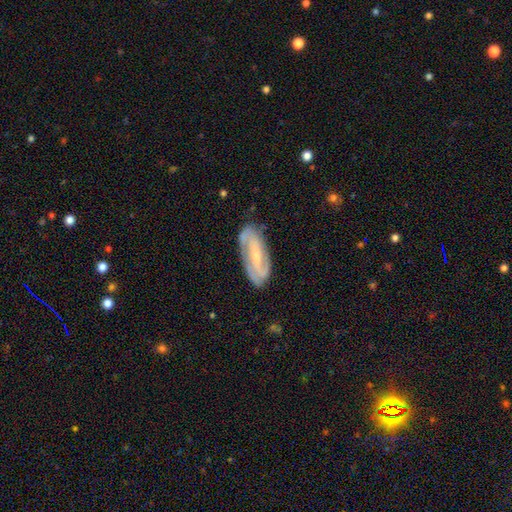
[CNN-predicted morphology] This is likely a featured or disk galaxy (73%). It is clearly not viewed edge-on (89%). Bar: marginally weak (39%). Spiral arm pattern: clearly yes (88%). Spiral arm count: likely 2 (61%). Spiral winding: possibly tight (49%). Central bulge: likely small (66%). Merging: likely none (78%).